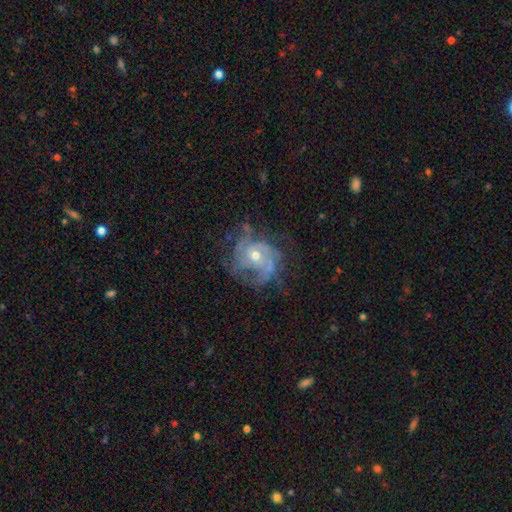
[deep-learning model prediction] featured or disk 83%, smooth 9%, star or artifact 8%. Down the decision tree: edge-on disk — no (98%); bar — no (78%); spiral arms — yes (88%); spiral arm count — can't tell (33%); spiral winding — tight (49%); bulge size — moderate (55%); merging — none (54%).